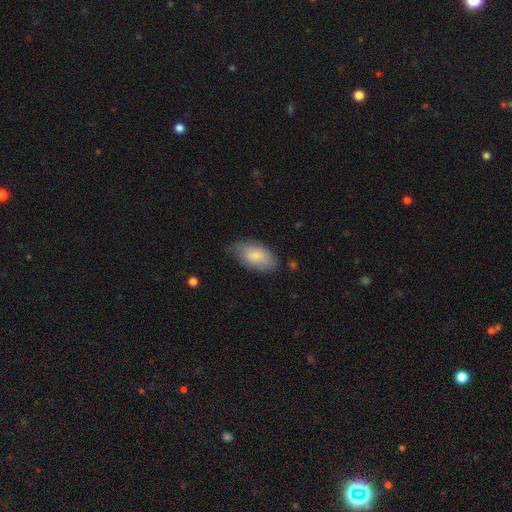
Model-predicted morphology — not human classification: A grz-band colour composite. It shows a smooth galaxy with no disk features (76%) that is in between round and cigar-shaped (94%). Merging: none (59%).